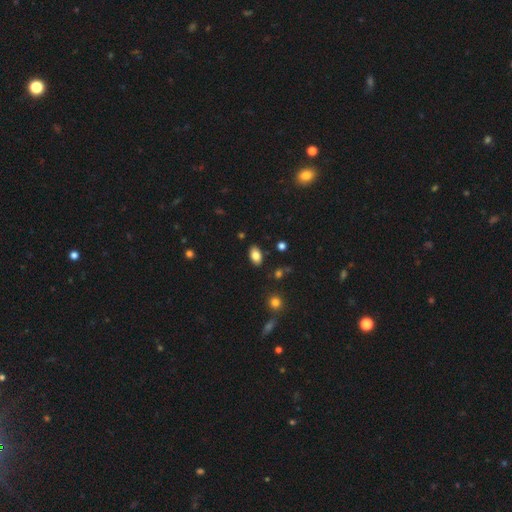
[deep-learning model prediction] Smooth or featured? Predicted: smooth (p=0.83). How rounded? Predicted: in between (p=0.91). Merging? Predicted: none (p=0.85).